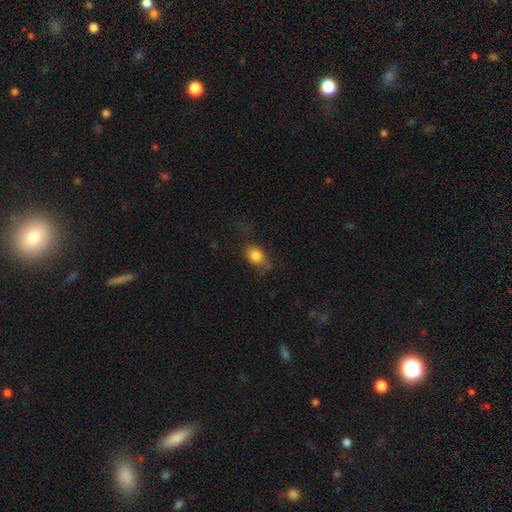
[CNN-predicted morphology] smooth 81%, featured or disk 10%, star or artifact 9%. Down the decision tree: how rounded — in between (56%); merging — none (52%).